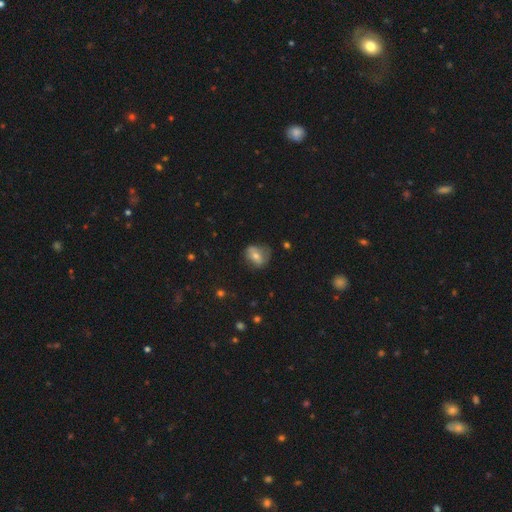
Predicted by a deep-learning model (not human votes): This is possibly a smooth galaxy (56%). How rounded: possibly round (51%). Merging: possibly none (59%).